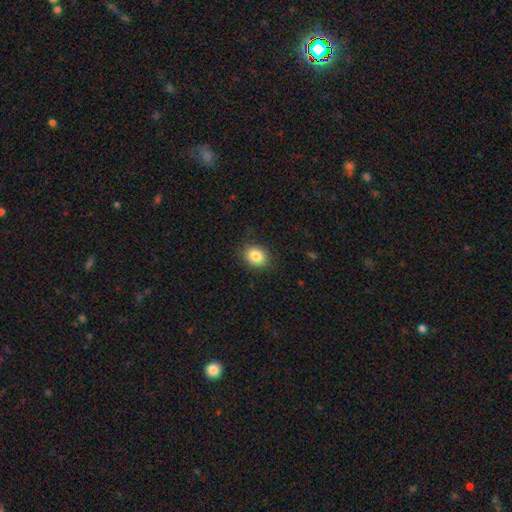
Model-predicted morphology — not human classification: The model was most divided on "how rounded": round: 53%, in between: 46%, cigar-shaped: 1%. More confident: merging — none (87%); smooth or featured — smooth (85%).